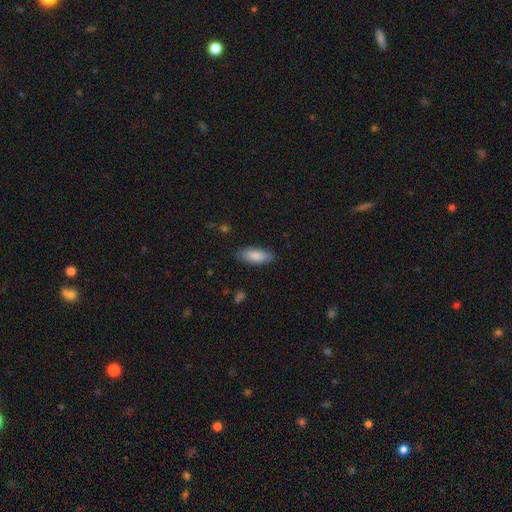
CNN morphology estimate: smooth_or_featured: smooth (p=0.86) [alt: featured or disk p=0.08]
how_rounded: in between (p=0.79) [alt: cigar-shaped p=0.19]
merging: none (p=0.83) [alt: minor disturbance p=0.13]